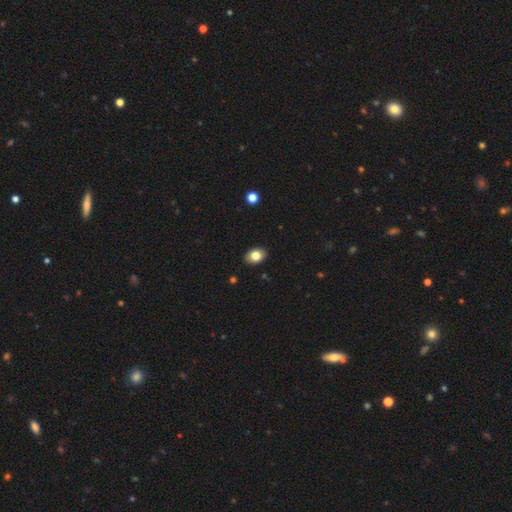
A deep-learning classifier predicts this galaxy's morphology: smooth 82%, featured or disk 10%, star or artifact 8%. Down the decision tree: how rounded — in between (80%); merging — none (88%).